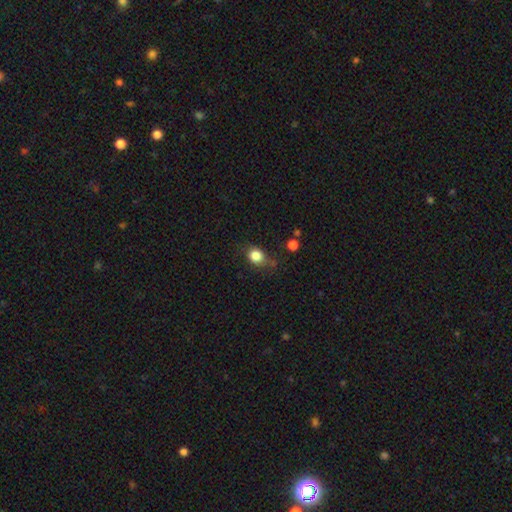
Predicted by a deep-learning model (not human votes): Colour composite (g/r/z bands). It shows a smooth galaxy with no disk features (83%) that is round (64%). Merging: none (67%).